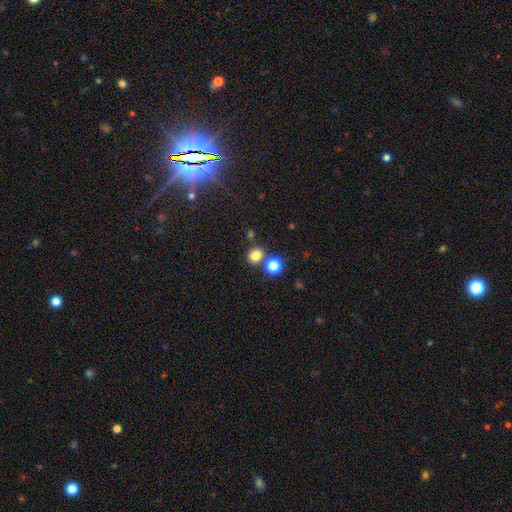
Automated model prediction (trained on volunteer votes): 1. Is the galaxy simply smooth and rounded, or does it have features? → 80% smooth, 15% star or artifact, 5% featured or disk.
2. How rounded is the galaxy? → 79% round, 20% in between, 1% cigar-shaped.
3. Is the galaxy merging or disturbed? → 70% none, 19% merger, 8% minor disturbance, 3% major disturbance.